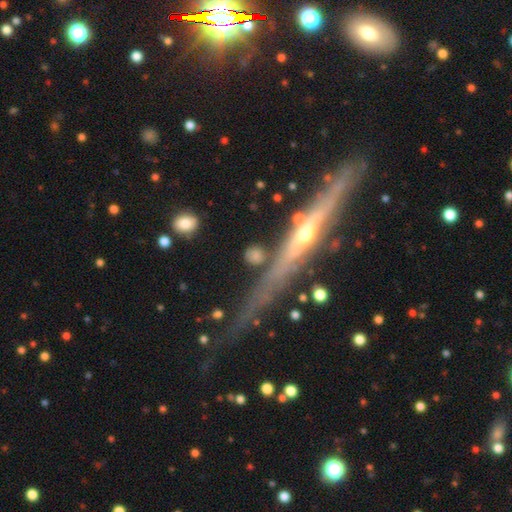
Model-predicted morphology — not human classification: smooth-or-featured: smooth: 54% | featured or disk: 34% | star or artifact: 11%
  how-rounded: round: 45% | cigar-shaped: 32% | in between: 23%
  merging: none: 71% | minor disturbance: 13% | merger: 8% | major disturbance: 8%